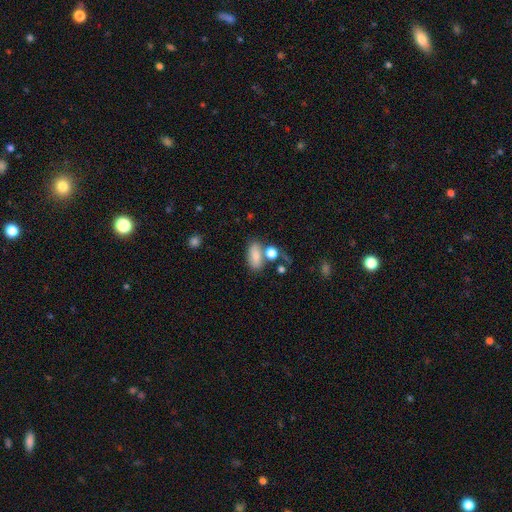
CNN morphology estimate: This appears to be a smooth galaxy with no disk features (78%) that is in between round and cigar-shaped (86%). Merging: none (56%).